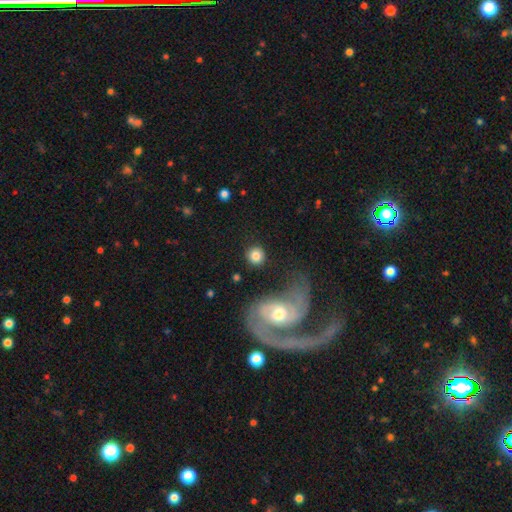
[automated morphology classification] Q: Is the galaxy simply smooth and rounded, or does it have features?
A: smooth — 79%.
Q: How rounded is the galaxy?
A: round — 89%.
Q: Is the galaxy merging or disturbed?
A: none — 80%.